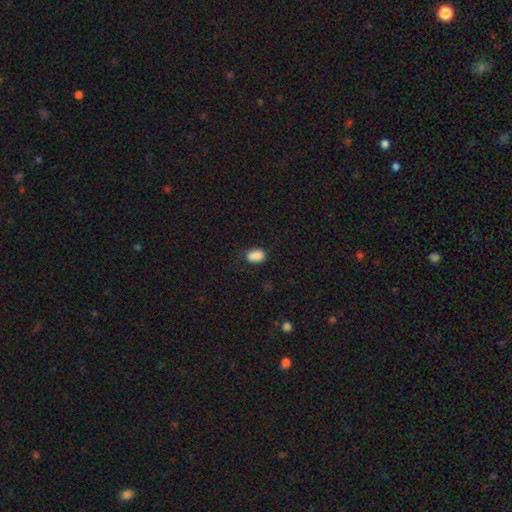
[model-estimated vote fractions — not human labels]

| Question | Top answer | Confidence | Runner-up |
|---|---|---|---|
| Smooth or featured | smooth | 88% | star or artifact (9%) |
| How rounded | in between | 86% | round (13%) |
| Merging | none | 74% | minor disturbance (20%) |